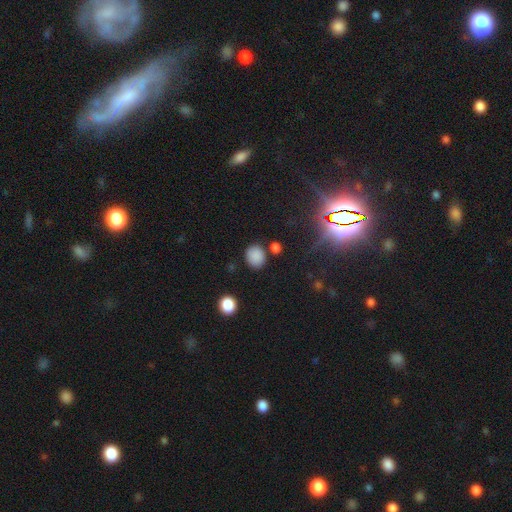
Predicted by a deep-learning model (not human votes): Smooth or featured? Predicted: smooth (p=0.84). How rounded? Predicted: round (p=0.71). Merging? Predicted: none (p=0.80).